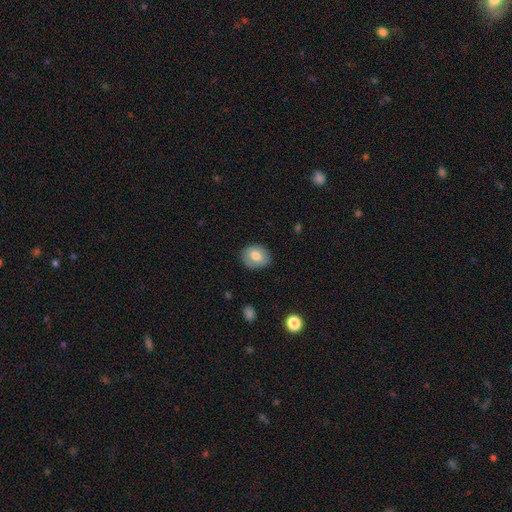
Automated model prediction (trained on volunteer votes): Smooth or featured? Predicted: smooth (p=0.71). How rounded? Predicted: round (p=0.57). Merging? Predicted: none (p=0.81).